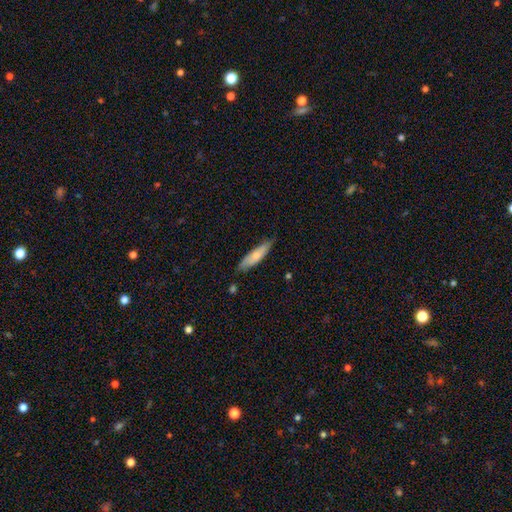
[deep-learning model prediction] Overall: smooth (72%). How rounded: cigar-shaped (69%; in between 30%). Merging: none (79%).